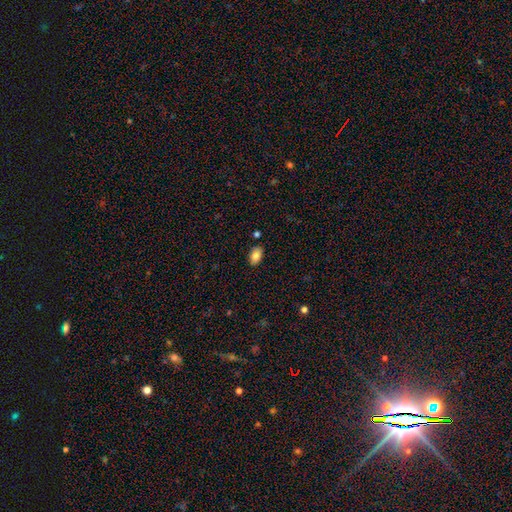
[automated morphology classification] Overall: smooth (82%). How rounded: in between (92%). Merging: none (86%).